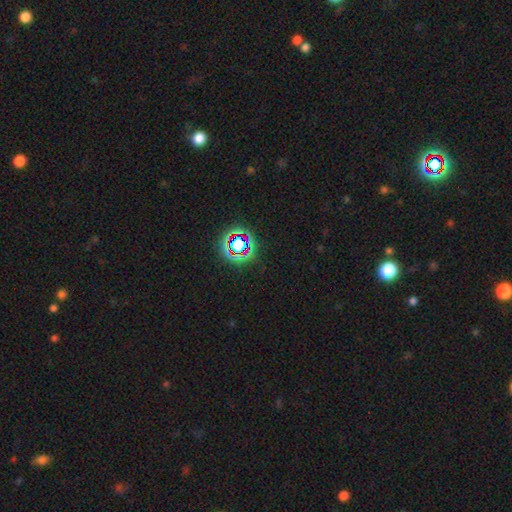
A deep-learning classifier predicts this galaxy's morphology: Smooth or featured? Predicted: star or artifact (p=0.70).